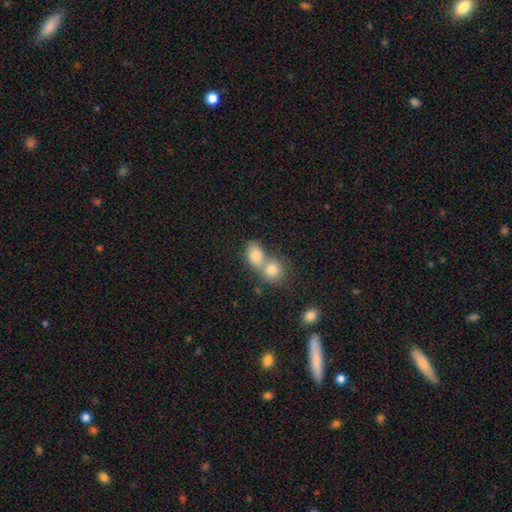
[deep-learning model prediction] Smooth or featured? smooth (79%)
How rounded? in between (59%)
Merging? merger (66%)